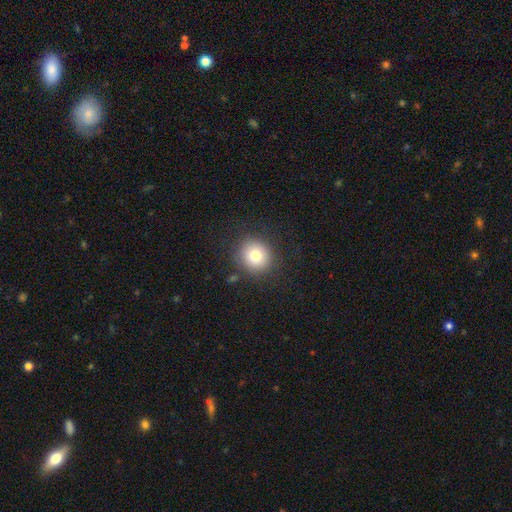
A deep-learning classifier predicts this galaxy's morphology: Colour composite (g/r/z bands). It shows a smooth galaxy with no disk features (78%) that is round (88%). Merging: none (86%).